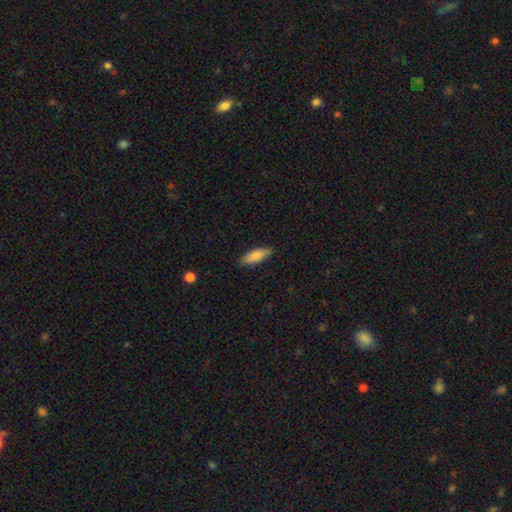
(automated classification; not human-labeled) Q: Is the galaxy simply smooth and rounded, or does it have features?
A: smooth — 82%.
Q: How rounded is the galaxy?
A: in between — 57%.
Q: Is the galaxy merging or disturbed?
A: none — 87%.